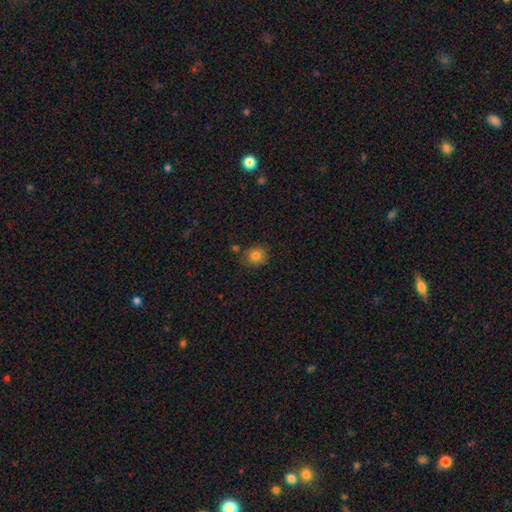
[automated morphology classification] smooth_or_featured: smooth (p=0.82) [alt: star or artifact p=0.12]
how_rounded: round (p=0.87) [alt: in between p=0.12]
merging: none (p=0.82) [alt: minor disturbance p=0.11]